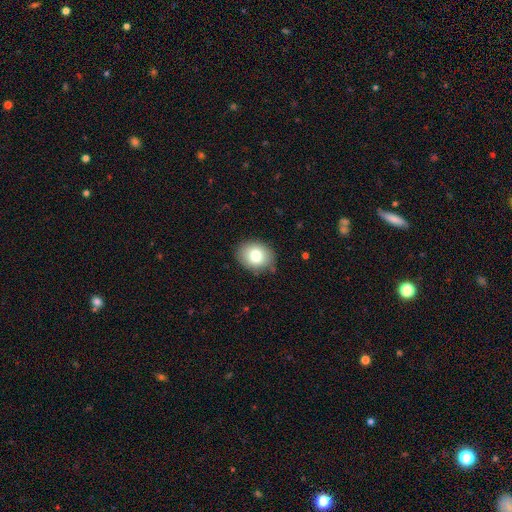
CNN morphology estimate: A smooth galaxy with no disk features (78%) that is round (52%). Merging: none (84%).